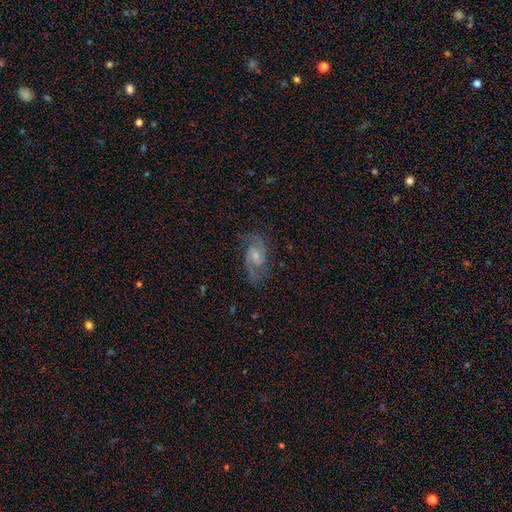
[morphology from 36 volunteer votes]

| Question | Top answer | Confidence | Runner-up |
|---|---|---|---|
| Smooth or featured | featured or disk | 97% | star or artifact (3%) |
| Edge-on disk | no | 97% | yes (3%) |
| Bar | weak | 65% | no (26%) |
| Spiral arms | yes | 97% | no (3%) |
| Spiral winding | medium | 67% | loose (18%) |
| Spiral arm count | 2 | 94% | 3 (3%) |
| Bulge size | small | 47% | moderate (35%) |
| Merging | none | 71% | minor disturbance (20%) |